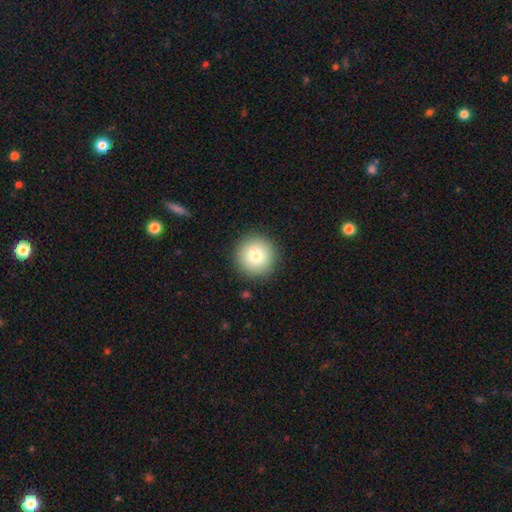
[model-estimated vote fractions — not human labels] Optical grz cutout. It shows a smooth galaxy with no disk features (79%) that is round (96%). Merging: none (90%).